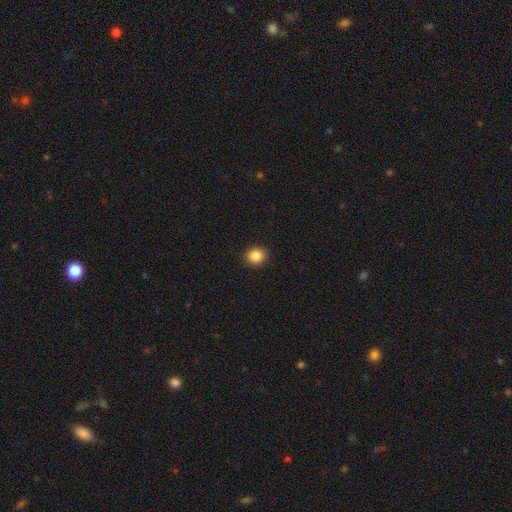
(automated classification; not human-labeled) smooth-or-featured: smooth: 87% | star or artifact: 9% | featured or disk: 4%
  how-rounded: round: 73% | in between: 26% | cigar-shaped: 1%
  merging: none: 91% | minor disturbance: 6% | major disturbance: 2% | merger: 1%